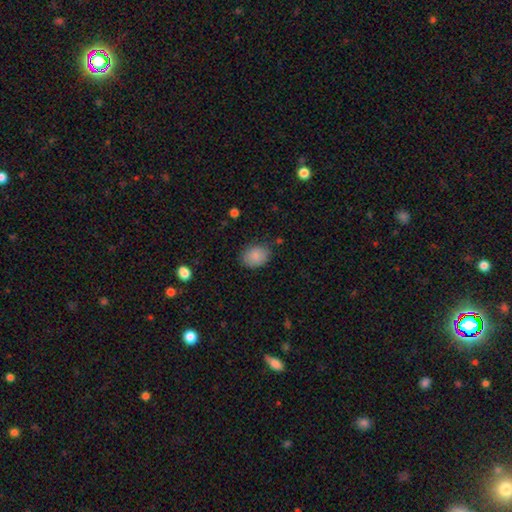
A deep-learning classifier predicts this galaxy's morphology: smooth-or-featured: smooth: 87% | star or artifact: 8% | featured or disk: 5%
  how-rounded: in between: 61% | round: 38% | cigar-shaped: 1%
  merging: none: 79% | minor disturbance: 15% | major disturbance: 4% | merger: 2%